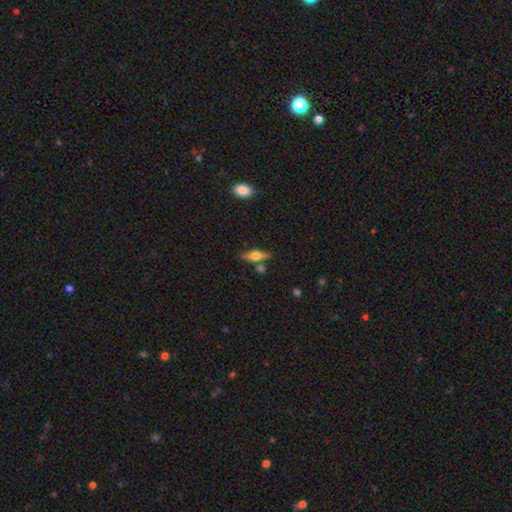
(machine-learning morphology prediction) A featured or disk galaxy (47%).

Vote fractions:
- Smooth or featured? featured or disk: 47% / smooth: 46% / star or artifact: 7%
- Merging? none: 72% / minor disturbance: 13% / merger: 12% / major disturbance: 4%